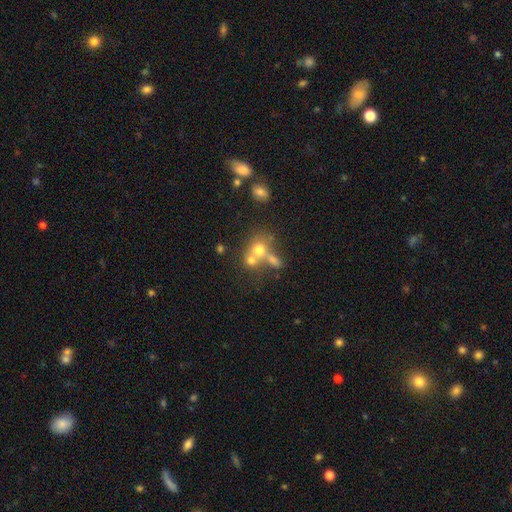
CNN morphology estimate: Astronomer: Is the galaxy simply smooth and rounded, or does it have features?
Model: smooth — 56%.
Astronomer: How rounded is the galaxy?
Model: round — 71%.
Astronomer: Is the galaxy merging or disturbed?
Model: merger — 52% (runner-up: none, 33%).